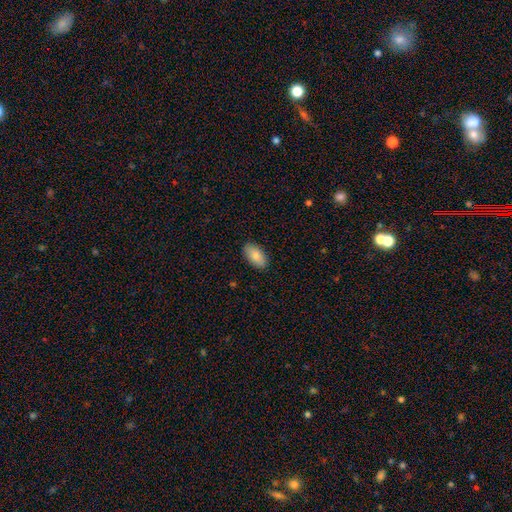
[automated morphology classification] This is clearly a smooth galaxy (83%). How rounded: clearly in between (94%). Merging: clearly none (89%).